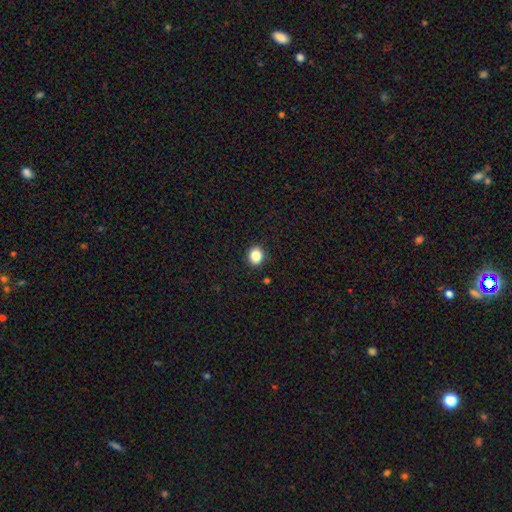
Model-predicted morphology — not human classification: A smooth galaxy with no disk features (85%) that is round (75%). Merging: none (92%).